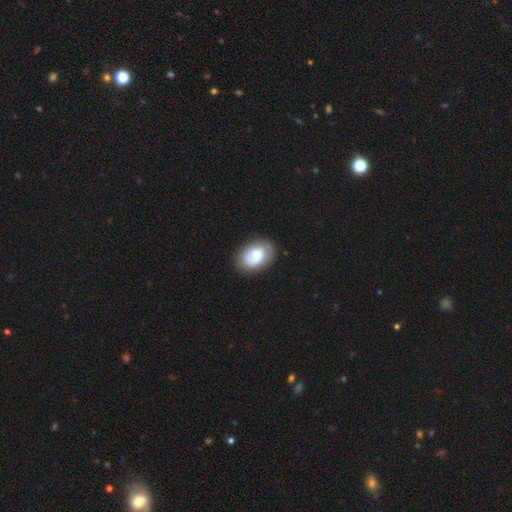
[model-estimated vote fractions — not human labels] Overall: smooth (61%; featured or disk 32%). How rounded: in between (79%). Merging: none (80%).